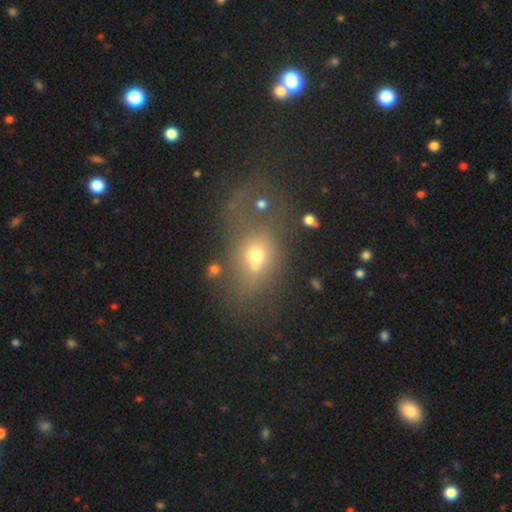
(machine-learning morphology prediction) A smooth galaxy with no disk features (56%) that is in between round and cigar-shaped (57%).

Vote fractions:
- Smooth or featured? smooth: 56% / featured or disk: 24% / star or artifact: 20%
- How rounded? in between: 57% / round: 40% / cigar-shaped: 3%
- Merging? none: 36% / merger: 25% / major disturbance: 24% / minor disturbance: 16%